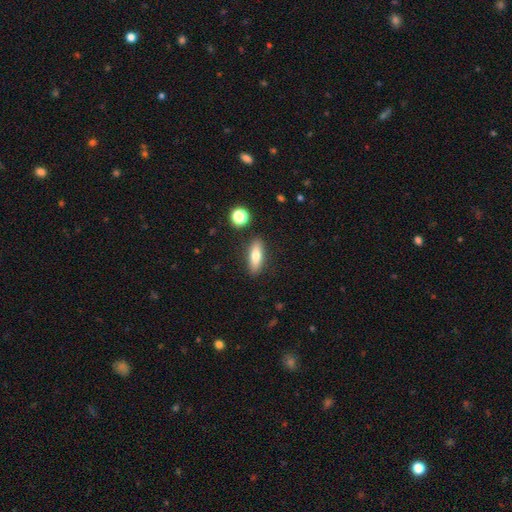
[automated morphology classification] type=smooth (72%); roundness=in between (53%); merging=none (86%).